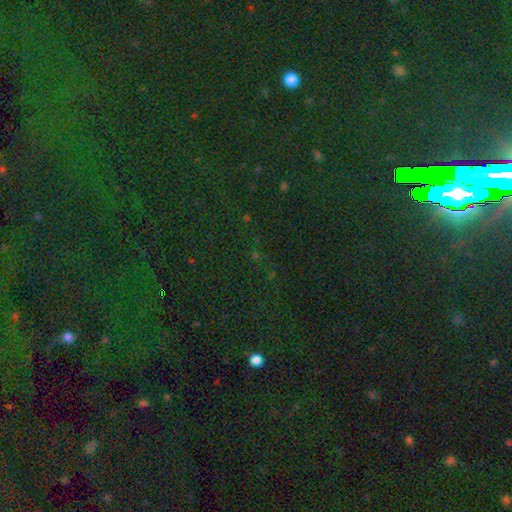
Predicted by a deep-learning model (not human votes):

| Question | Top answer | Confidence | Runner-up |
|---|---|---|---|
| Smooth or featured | star or artifact | 83% | smooth (10%) |